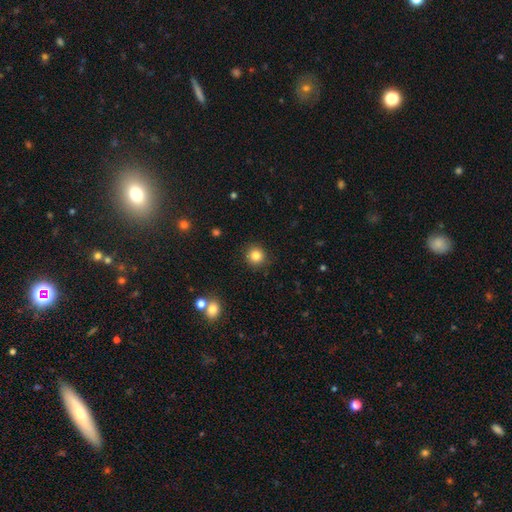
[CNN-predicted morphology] A smooth galaxy with no disk features (84%) that is round (93%).

Vote fractions:
- Smooth or featured? smooth: 84% / star or artifact: 11% / featured or disk: 5%
- How rounded? round: 93% / in between: 6% / cigar-shaped: 1%
- Merging? none: 90% / minor disturbance: 6% / major disturbance: 2% / merger: 1%